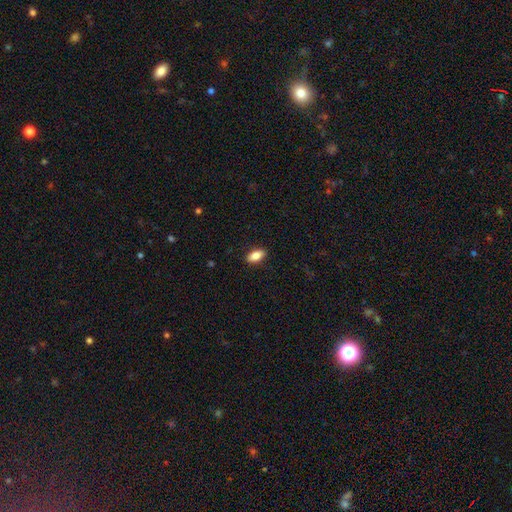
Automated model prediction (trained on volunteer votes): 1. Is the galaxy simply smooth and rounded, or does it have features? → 81% smooth, 12% featured or disk, 7% star or artifact.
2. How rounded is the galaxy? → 86% in between, 10% cigar-shaped, 3% round.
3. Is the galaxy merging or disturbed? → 89% none, 8% minor disturbance, 2% major disturbance, 1% merger.